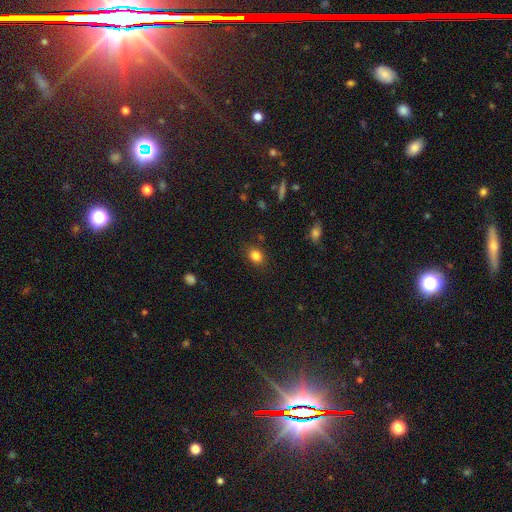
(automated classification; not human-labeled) This is clearly a smooth galaxy (83%). How rounded: possibly in between (55%). Merging: clearly none (85%).